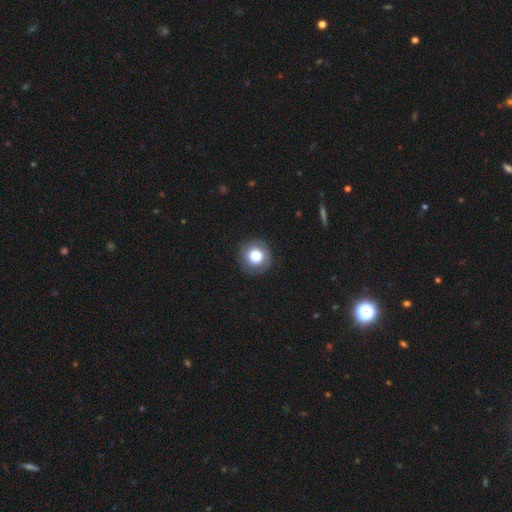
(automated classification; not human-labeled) smooth-or-featured: smooth: 76% | featured or disk: 14% | star or artifact: 9%
  how-rounded: round: 93% | in between: 6% | cigar-shaped: 1%
  merging: none: 86% | minor disturbance: 10% | major disturbance: 3% | merger: 1%